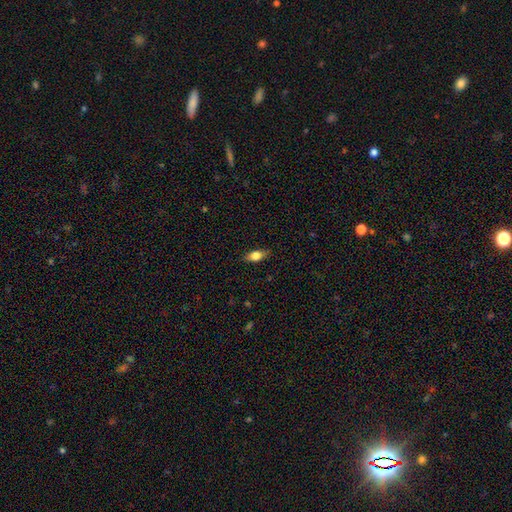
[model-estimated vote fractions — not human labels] A smooth galaxy with no disk features (74%) that is in between round and cigar-shaped (81%).

Vote fractions:
- Smooth or featured? smooth: 74% / featured or disk: 18% / star or artifact: 8%
- How rounded? in between: 81% / cigar-shaped: 12% / round: 6%
- Merging? none: 84% / minor disturbance: 12% / major disturbance: 3% / merger: 1%